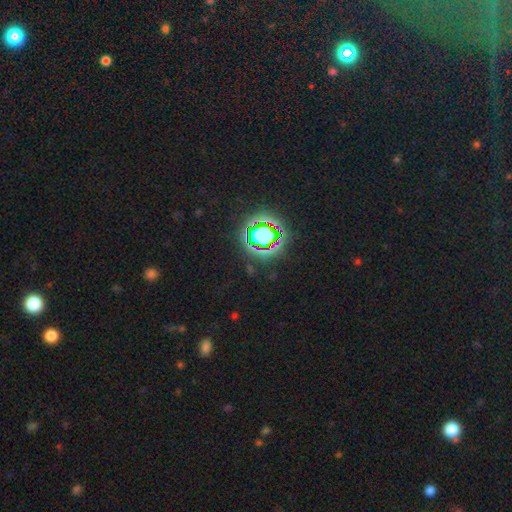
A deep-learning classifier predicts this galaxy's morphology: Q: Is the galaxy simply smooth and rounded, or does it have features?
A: star or artifact — 81%.